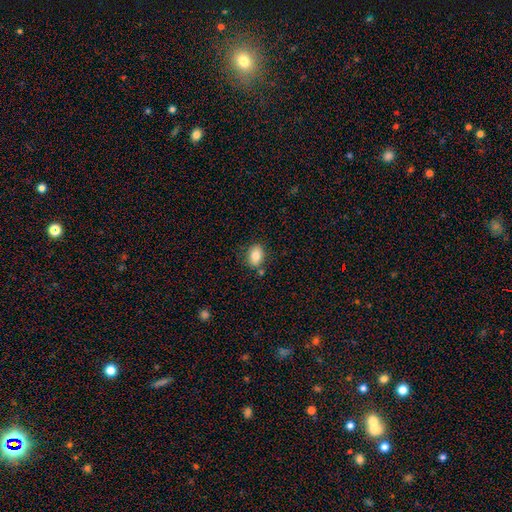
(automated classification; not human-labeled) Smooth or featured?
  - smooth: 82% *
  - featured or disk: 10%
  - star or artifact: 8%
How rounded?
  - in between: 77% *
  - round: 22%
  - cigar-shaped: 1%
Merging?
  - none: 75% *
  - minor disturbance: 14%
  - merger: 7%
  - major disturbance: 3%